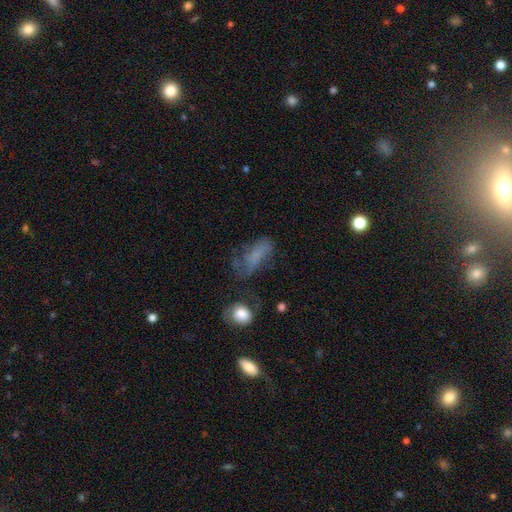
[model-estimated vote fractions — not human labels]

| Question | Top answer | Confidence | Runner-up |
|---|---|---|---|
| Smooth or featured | smooth | 52% | featured or disk (32%) |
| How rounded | in between | 71% | cigar-shaped (22%) |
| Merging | none | 40% | major disturbance (29%) |